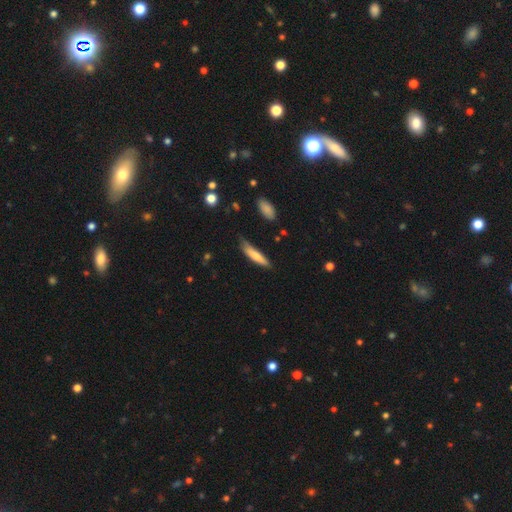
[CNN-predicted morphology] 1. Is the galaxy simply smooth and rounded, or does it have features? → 75% smooth, 20% featured or disk, 6% star or artifact.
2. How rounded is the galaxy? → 80% cigar-shaped, 18% in between, 1% round.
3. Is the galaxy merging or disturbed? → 67% none, 26% minor disturbance, 5% major disturbance, 2% merger.